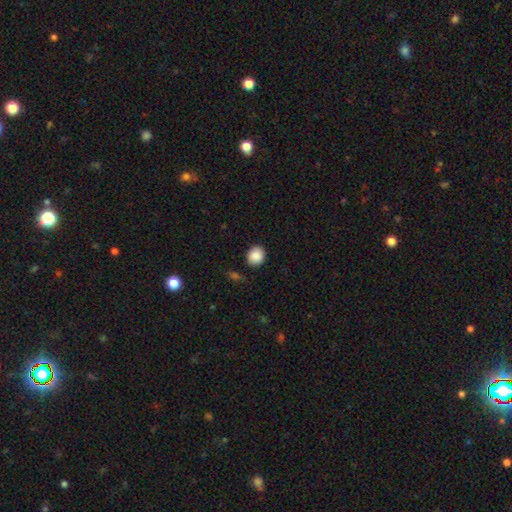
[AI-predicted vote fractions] Morphology: type=smooth (88%); roundness=round (73%); merging=none (86%).